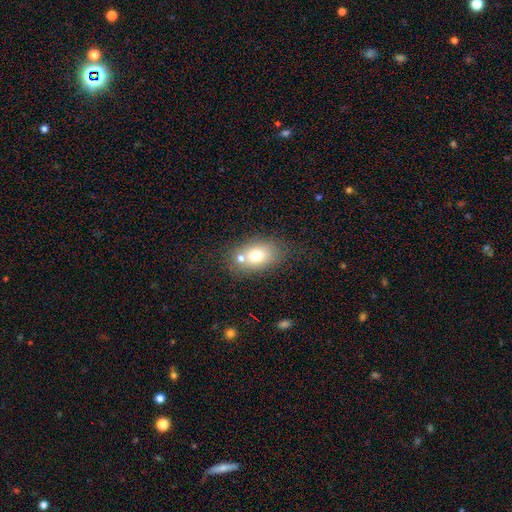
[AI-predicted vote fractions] Smooth or featured? Predicted: smooth (p=0.71). How rounded? Predicted: in between (p=0.77). Merging? Predicted: none (p=0.54).